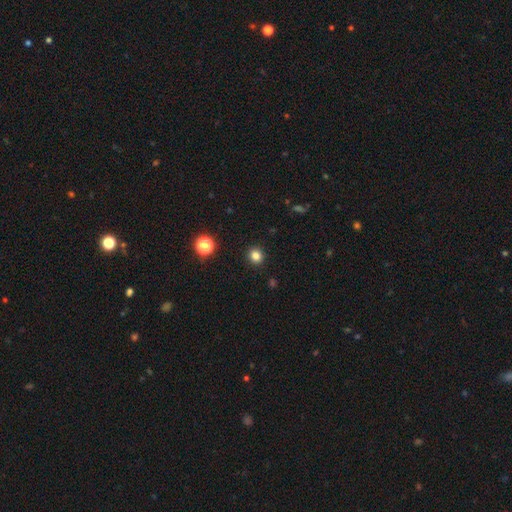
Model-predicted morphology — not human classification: smooth_or_featured: smooth (p=0.82) [alt: star or artifact p=0.14]
how_rounded: round (p=0.88) [alt: in between p=0.11]
merging: none (p=0.92) [alt: minor disturbance p=0.05]